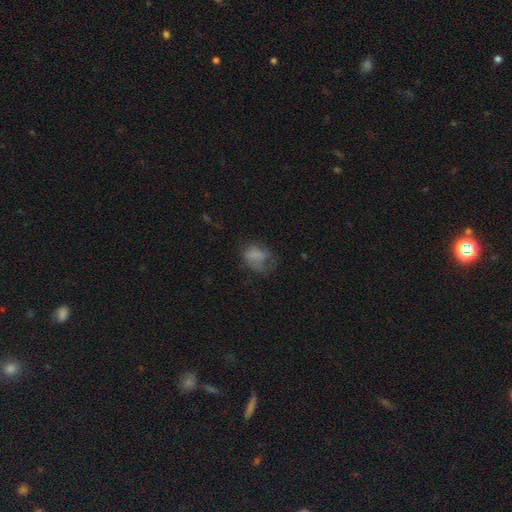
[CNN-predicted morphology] Smooth or featured?
  - smooth: 64% *
  - featured or disk: 24%
  - star or artifact: 12%
How rounded?
  - in between: 65% *
  - round: 33%
  - cigar-shaped: 1%
Merging?
  - major disturbance: 36% *
  - none: 34%
  - minor disturbance: 28%
  - merger: 2%